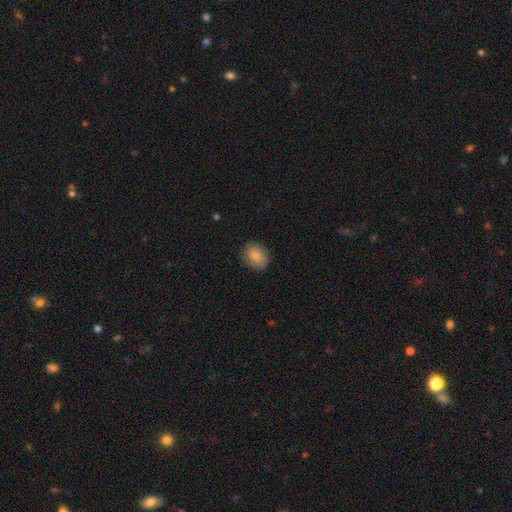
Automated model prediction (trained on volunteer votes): A smooth galaxy with no disk features (87%) that is in between round and cigar-shaped (65%).

Vote fractions:
- Smooth or featured? smooth: 87% / star or artifact: 7% / featured or disk: 6%
- How rounded? in between: 65% / round: 33% / cigar-shaped: 1%
- Merging? none: 85% / minor disturbance: 11% / major disturbance: 3% / merger: 1%